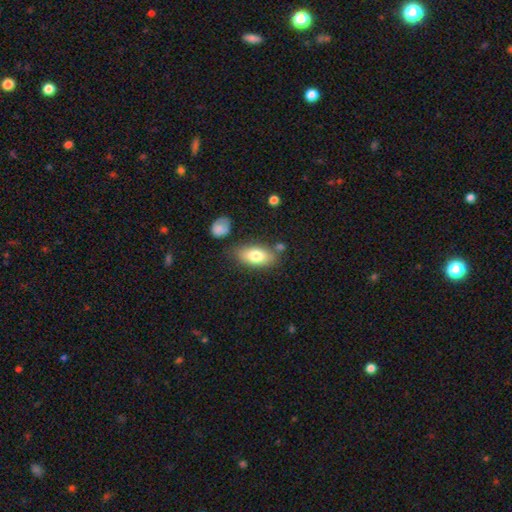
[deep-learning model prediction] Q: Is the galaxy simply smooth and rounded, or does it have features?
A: smooth — 77%.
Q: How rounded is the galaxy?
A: in between — 89%.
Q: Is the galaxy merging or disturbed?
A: none — 74%.